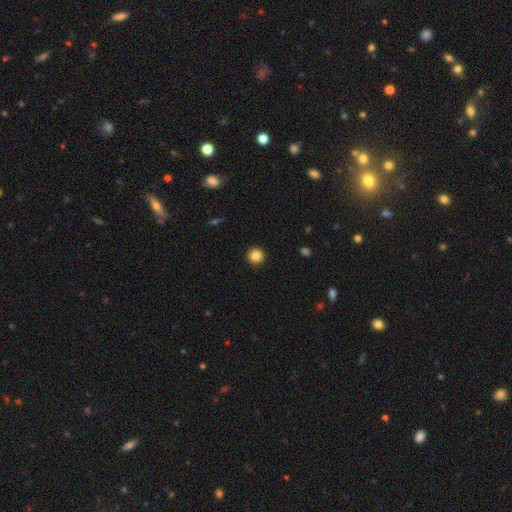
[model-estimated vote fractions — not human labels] A smooth galaxy with no disk features (85%) that is round (95%).

Vote fractions:
- Smooth or featured? smooth: 85% / star or artifact: 10% / featured or disk: 5%
- How rounded? round: 95% / in between: 4% / cigar-shaped: 1%
- Merging? none: 93% / minor disturbance: 4% / major disturbance: 2% / merger: 1%